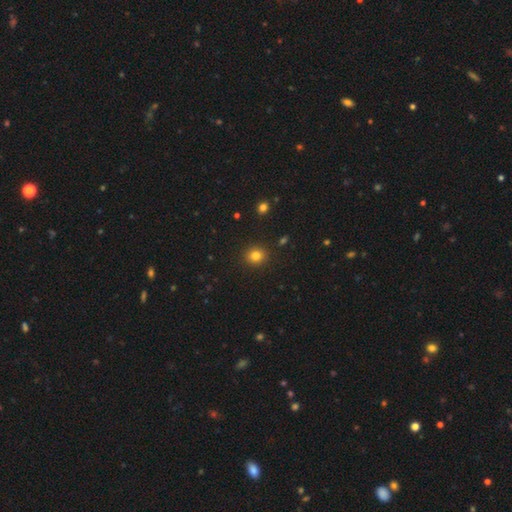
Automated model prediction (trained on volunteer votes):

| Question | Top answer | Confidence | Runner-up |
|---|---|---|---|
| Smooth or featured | smooth | 81% | star or artifact (13%) |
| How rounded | round | 82% | in between (17%) |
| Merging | none | 90% | minor disturbance (6%) |